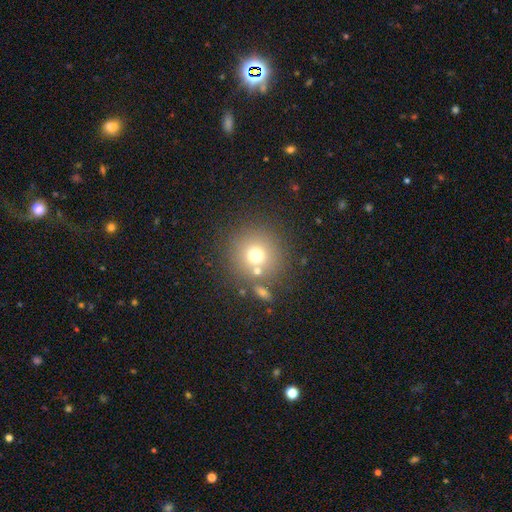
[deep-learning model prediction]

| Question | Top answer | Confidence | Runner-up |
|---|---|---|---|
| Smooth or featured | smooth | 70% | star or artifact (16%) |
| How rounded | round | 92% | in between (7%) |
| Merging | none | 73% | merger (13%) |